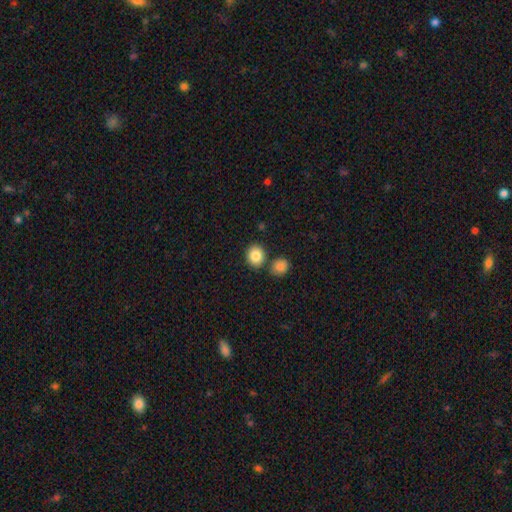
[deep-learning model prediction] This appears to be a smooth galaxy with no disk features (85%) that is round (72%). Merging: none (75%).